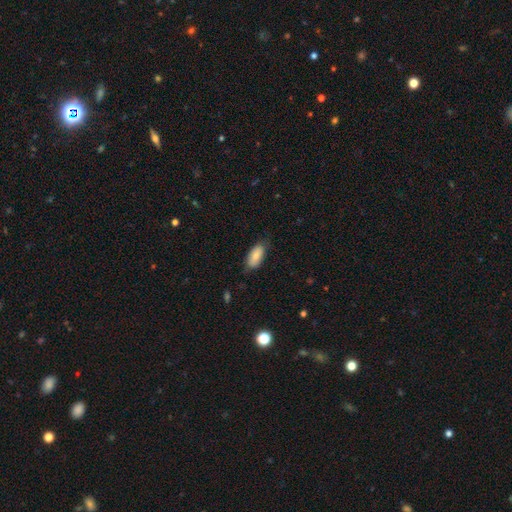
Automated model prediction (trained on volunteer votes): This is clearly a smooth galaxy (80%). How rounded: clearly in between (90%). Merging: likely none (74%).